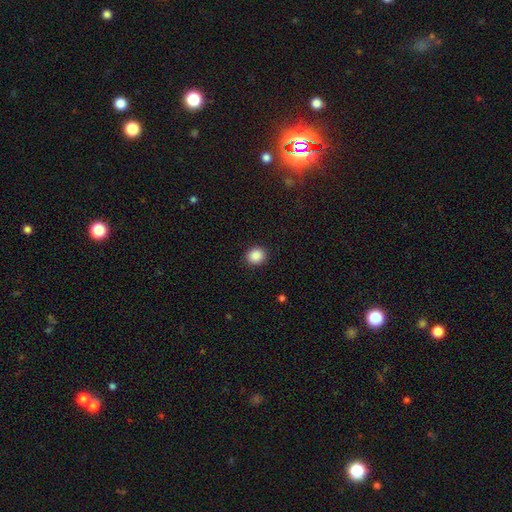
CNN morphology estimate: Smooth or featured?
  - smooth: 89% *
  - star or artifact: 9%
  - featured or disk: 3%
How rounded?
  - round: 82% *
  - in between: 17%
  - cigar-shaped: 1%
Merging?
  - none: 91% *
  - minor disturbance: 6%
  - major disturbance: 2%
  - merger: 1%